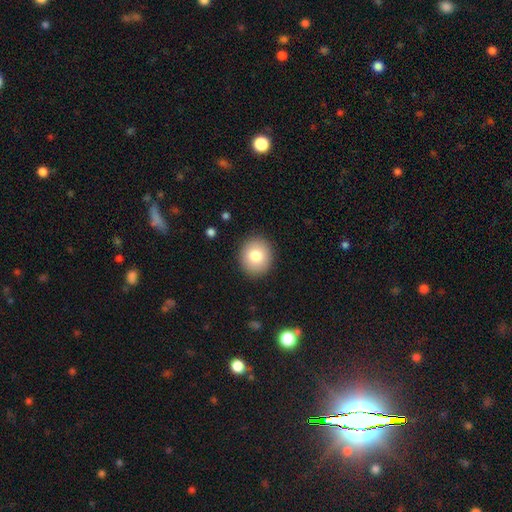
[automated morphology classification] Q: Smooth or featured?
A: smooth (79%); runner-up: featured or disk (12%)
Q: How rounded?
A: round (83%); runner-up: in between (16%)
Q: Merging?
A: none (91%); runner-up: minor disturbance (6%)